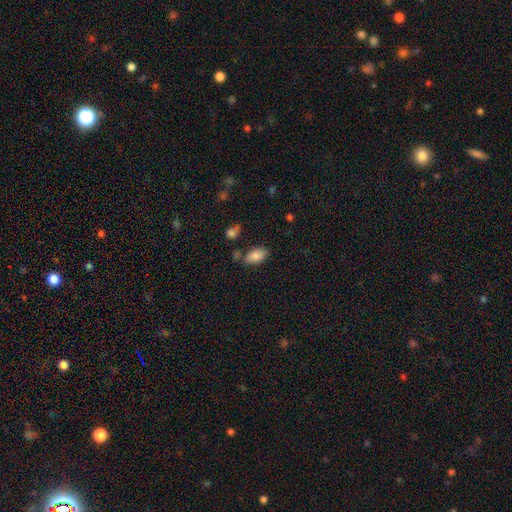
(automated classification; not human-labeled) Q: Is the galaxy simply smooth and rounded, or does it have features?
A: smooth — 85%.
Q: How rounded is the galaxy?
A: in between — 93%.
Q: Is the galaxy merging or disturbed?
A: none — 73%.